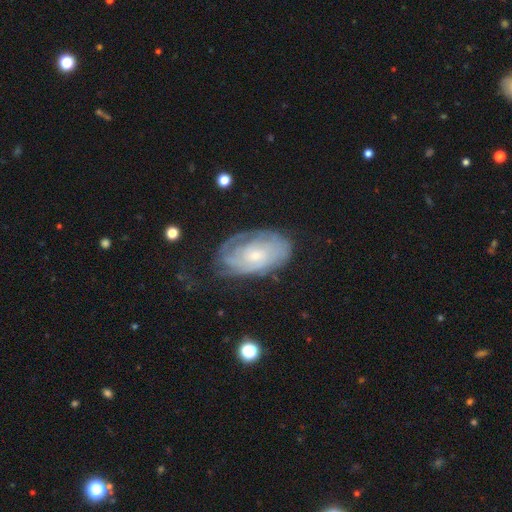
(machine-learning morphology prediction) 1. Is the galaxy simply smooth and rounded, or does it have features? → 76% featured or disk, 18% smooth, 6% star or artifact.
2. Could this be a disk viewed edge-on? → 95% no, 5% yes.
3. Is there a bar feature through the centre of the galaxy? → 74% no, 22% weak, 4% strong.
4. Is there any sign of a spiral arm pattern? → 89% yes, 11% no.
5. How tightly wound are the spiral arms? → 72% tight, 22% medium, 7% loose.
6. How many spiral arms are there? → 52% can't tell, 21% 2, 11% 3, 6% 4, 6% 1, 4% more than 4.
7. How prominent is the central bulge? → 70% small, 25% moderate, 2% none, 2% large, 1% dominant.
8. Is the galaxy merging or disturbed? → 60% none, 25% minor disturbance, 13% major disturbance, 2% merger.